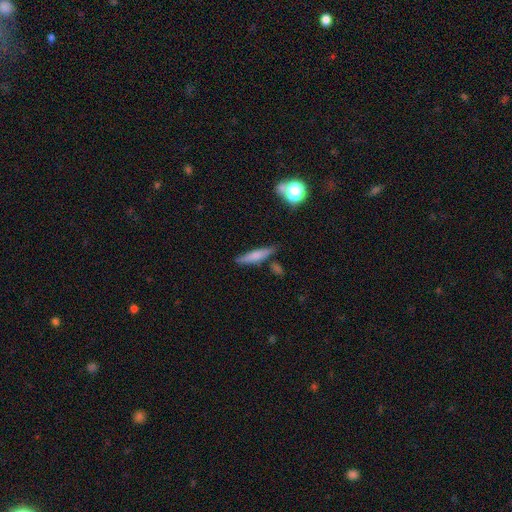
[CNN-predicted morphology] This is likely a smooth galaxy (67%). How rounded: clearly cigar-shaped (82%). Merging: likely none (73%).